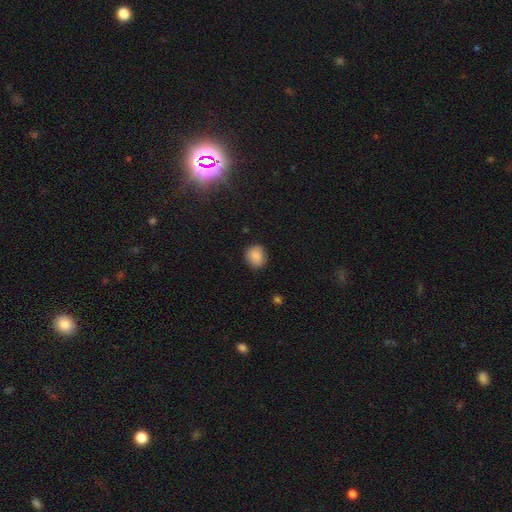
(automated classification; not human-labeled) Q: Smooth or featured?
A: smooth (86%); runner-up: star or artifact (8%)
Q: How rounded?
A: round (77%); runner-up: in between (22%)
Q: Merging?
A: none (83%); runner-up: minor disturbance (13%)